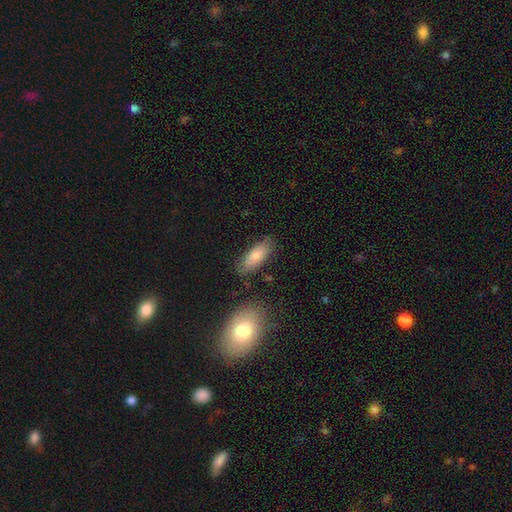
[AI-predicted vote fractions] Morphology: type=smooth (82%); roundness=in between (74%); merging=none (79%).